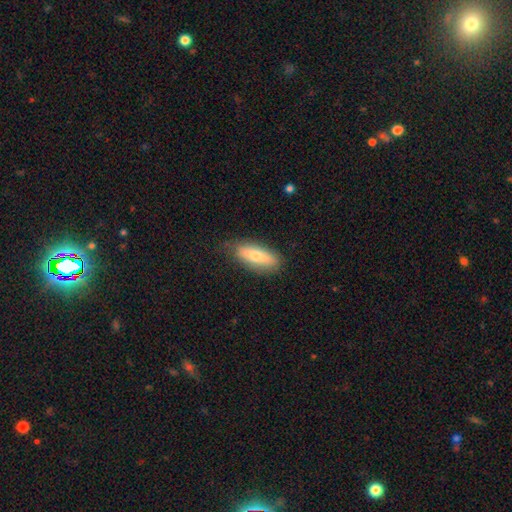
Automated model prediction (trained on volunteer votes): Smooth or featured: smooth — 70% (featured or disk — 23%)
How rounded: in between — 65% (cigar-shaped — 32%)
Merging: none — 78% (minor disturbance — 17%)